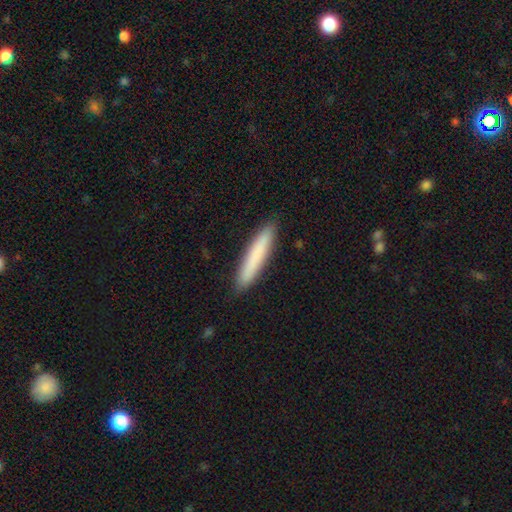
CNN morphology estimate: This is likely a smooth galaxy (79%). How rounded: clearly cigar-shaped (93%). Merging: clearly none (90%).